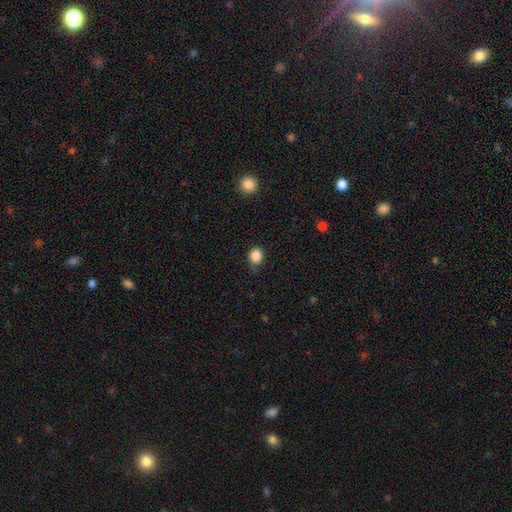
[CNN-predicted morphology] Smooth or featured? Predicted: smooth (p=0.86). How rounded? Predicted: round (p=0.75). Merging? Predicted: none (p=0.71).